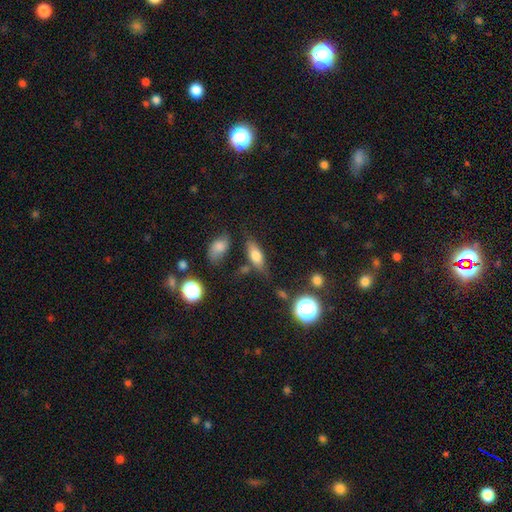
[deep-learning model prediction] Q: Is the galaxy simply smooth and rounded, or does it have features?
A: smooth — 66%.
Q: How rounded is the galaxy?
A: in between — 72%.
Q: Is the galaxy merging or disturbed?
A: none — 64%.